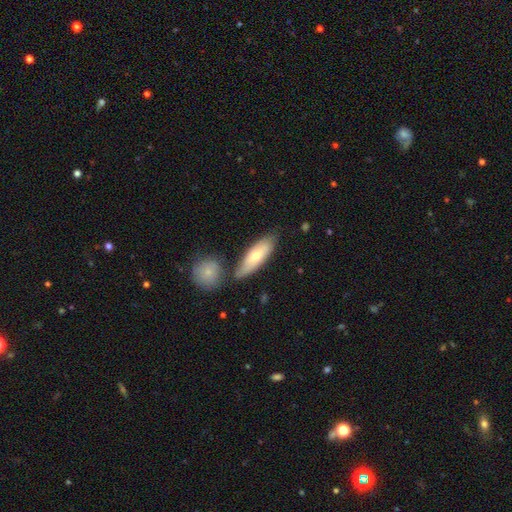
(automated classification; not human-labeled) This appears to be a smooth galaxy with no disk features (63%) that is in between round and cigar-shaped (58%). Merging: none (69%).